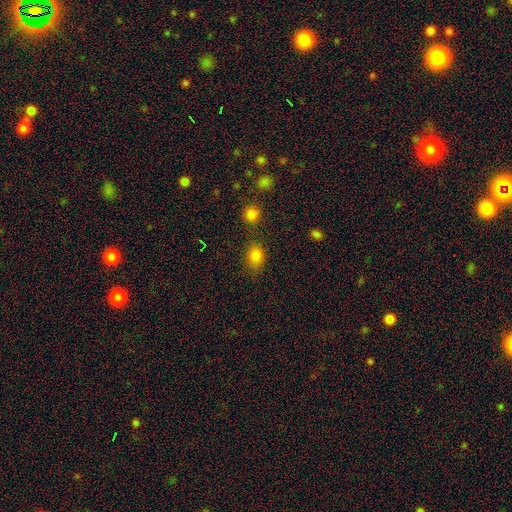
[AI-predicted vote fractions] Morphology: type=smooth (80%); roundness=in between (56%); merging=none (72%).